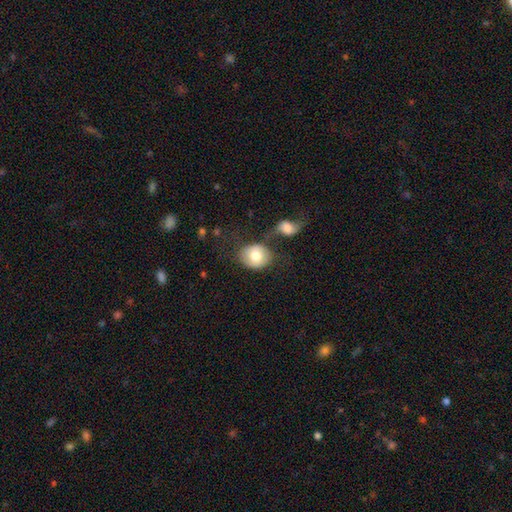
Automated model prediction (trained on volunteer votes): smooth 72%, featured or disk 21%, star or artifact 7%. Down the decision tree: how rounded — round (60%); merging — none (49%).